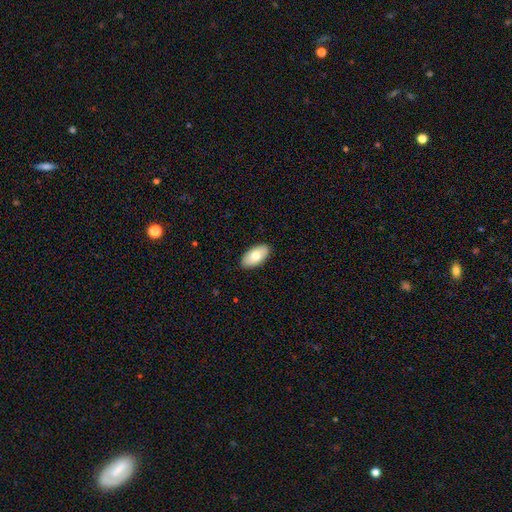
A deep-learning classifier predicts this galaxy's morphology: Smooth or featured? smooth (76%)
How rounded? in between (95%)
Merging? none (89%)